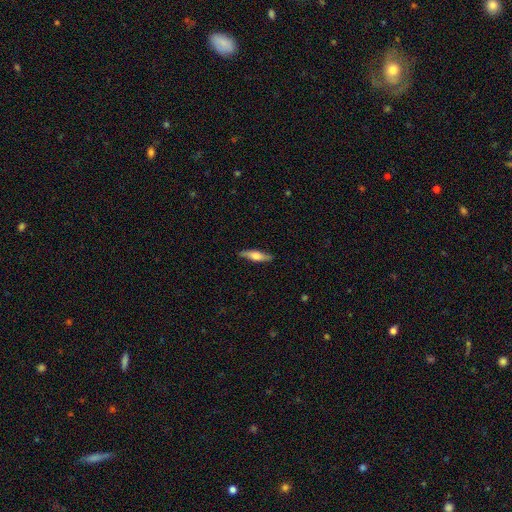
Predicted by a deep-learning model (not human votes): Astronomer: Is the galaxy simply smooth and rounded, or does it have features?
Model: smooth — 54% (runner-up: featured or disk, 41%).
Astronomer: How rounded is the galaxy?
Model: cigar-shaped — 68%.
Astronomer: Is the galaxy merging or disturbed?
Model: none — 86%.